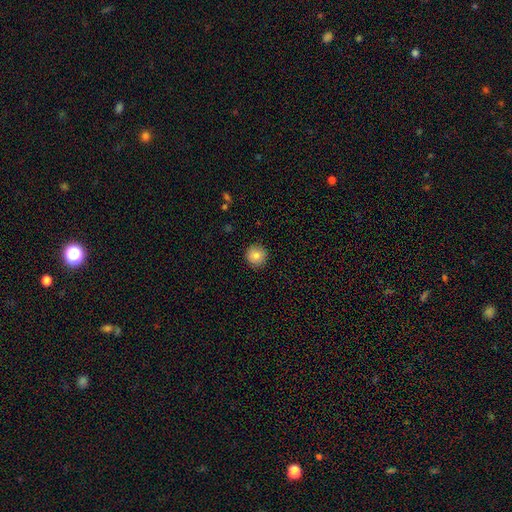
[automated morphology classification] Smooth or featured: smooth — 84% (star or artifact — 9%)
How rounded: round — 95% (in between — 4%)
Merging: none — 91% (minor disturbance — 7%)